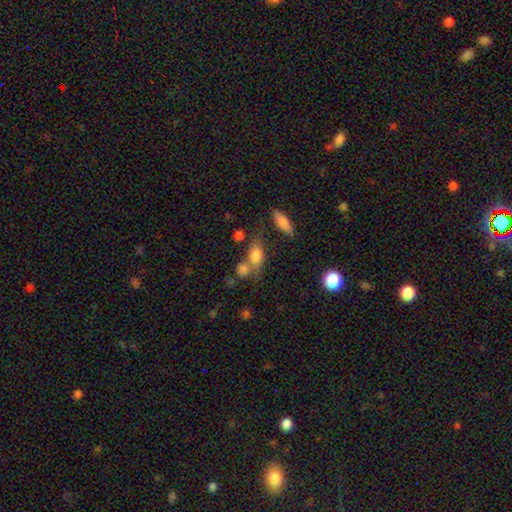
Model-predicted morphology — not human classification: Q: Smooth or featured?
A: smooth (77%); runner-up: featured or disk (12%)
Q: How rounded?
A: in between (70%); runner-up: round (20%)
Q: Merging?
A: none (44%); runner-up: merger (36%)